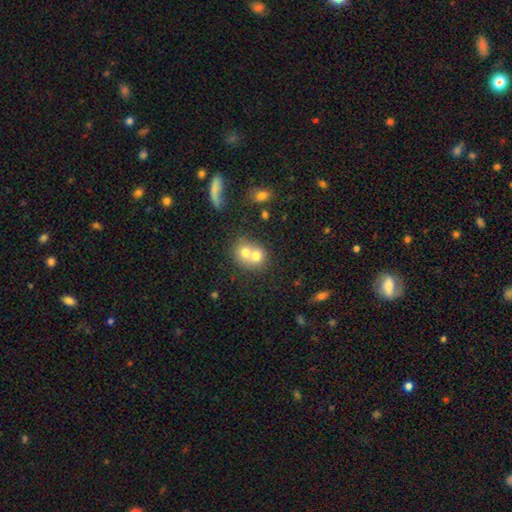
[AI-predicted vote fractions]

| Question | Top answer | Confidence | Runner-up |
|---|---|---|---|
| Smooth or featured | smooth | 68% | featured or disk (21%) |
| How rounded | round | 70% | in between (29%) |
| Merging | merger | 70% | none (23%) |